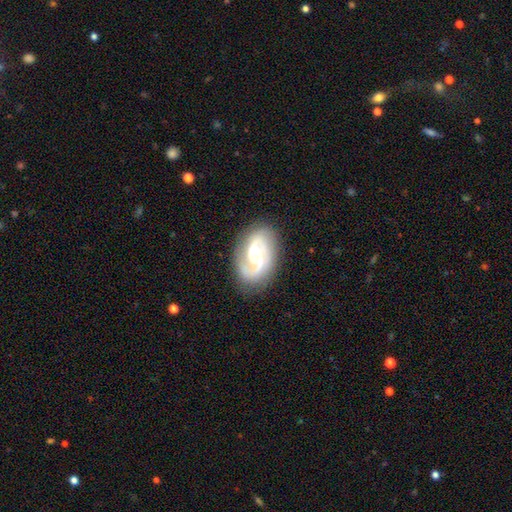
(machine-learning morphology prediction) A featured or disk galaxy (89%) with a weak bar (48%), 2 (89%) medium (54%) spiral arms (97%) and a moderate central bulge (63%).

Vote fractions:
- Smooth or featured? featured or disk: 89% / smooth: 7% / star or artifact: 5%
- Edge-on disk? no: 98% / yes: 2%
- Bar? weak: 48% / no: 36% / strong: 16%
- Spiral arms? yes: 97% / no: 3%
- Spiral winding? medium: 54% / loose: 23% / tight: 23%
- Spiral arm count? 2: 89% / 3: 3% / can't tell: 3% / 1: 3% / 4: 1% / more than 4: 1%
- Bulge size? moderate: 63% / small: 21% / large: 13% / none: 2% / dominant: 1%
- Merging? none: 82% / minor disturbance: 12% / major disturbance: 5% / merger: 1%